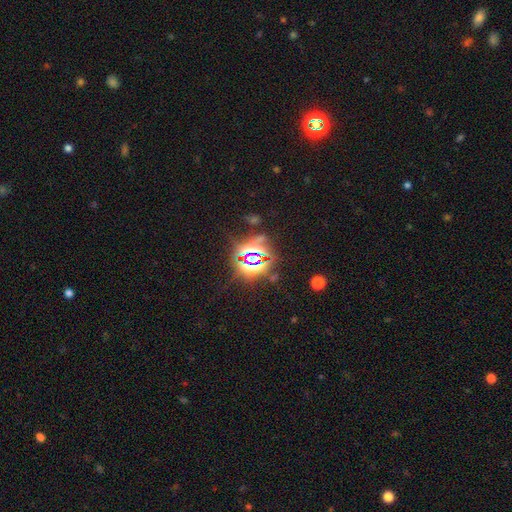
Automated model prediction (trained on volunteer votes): A star or artifact, not a galaxy (79%).